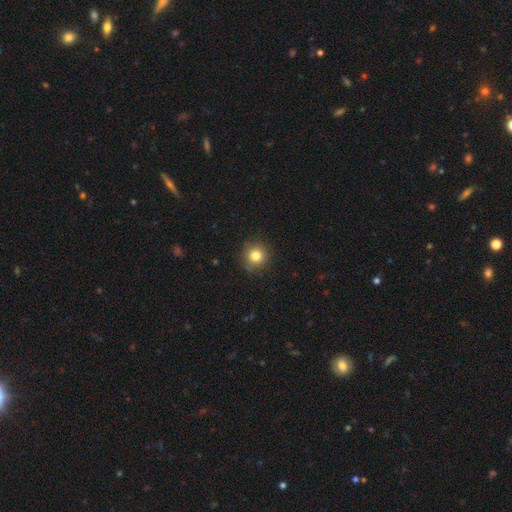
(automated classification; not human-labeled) Morphology: type=smooth (81%); roundness=round (93%); merging=none (88%).